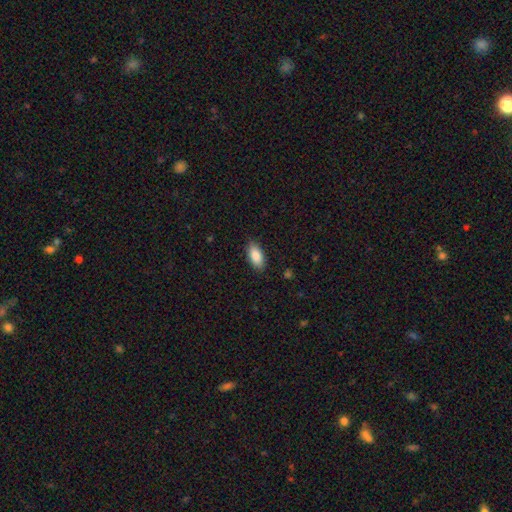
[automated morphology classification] Q: Smooth or featured?
A: smooth (87%); runner-up: featured or disk (7%)
Q: How rounded?
A: in between (90%); runner-up: cigar-shaped (8%)
Q: Merging?
A: none (87%); runner-up: minor disturbance (10%)